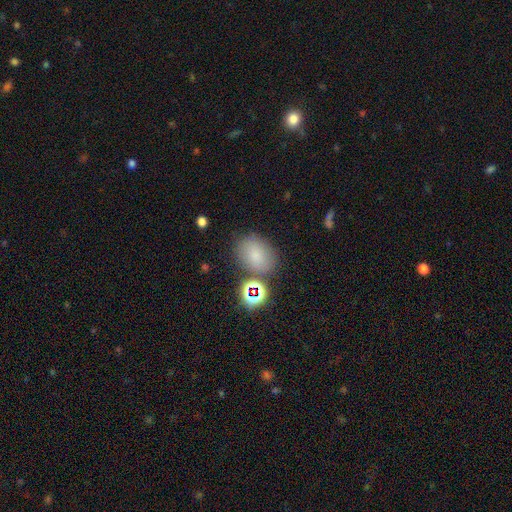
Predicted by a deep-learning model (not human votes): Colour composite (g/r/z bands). It shows a smooth galaxy with no disk features (73%) that is in between round and cigar-shaped (60%). Merging: none (71%).